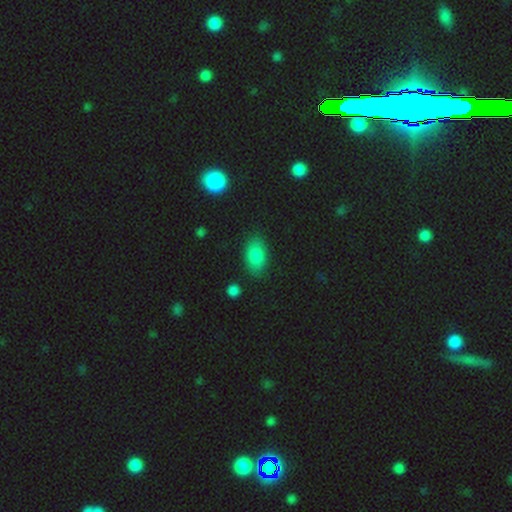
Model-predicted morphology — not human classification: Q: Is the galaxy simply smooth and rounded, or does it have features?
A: smooth — 83%.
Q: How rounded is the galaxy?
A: in between — 90%.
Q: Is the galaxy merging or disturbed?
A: none — 83%.